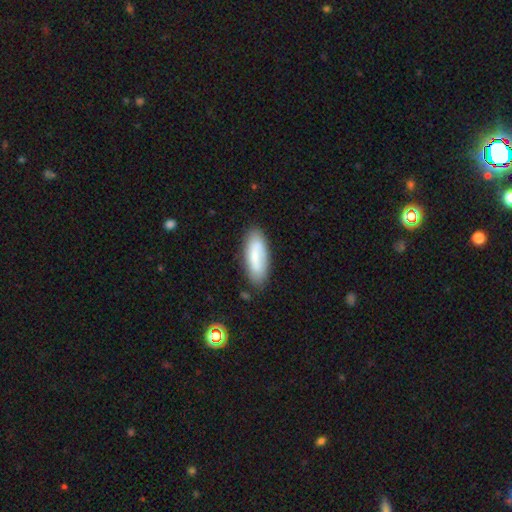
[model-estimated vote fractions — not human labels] smooth_or_featured: smooth (p=0.64) [alt: featured or disk p=0.30]
how_rounded: in between (p=0.72) [alt: cigar-shaped p=0.26]
merging: none (p=0.78) [alt: minor disturbance p=0.16]